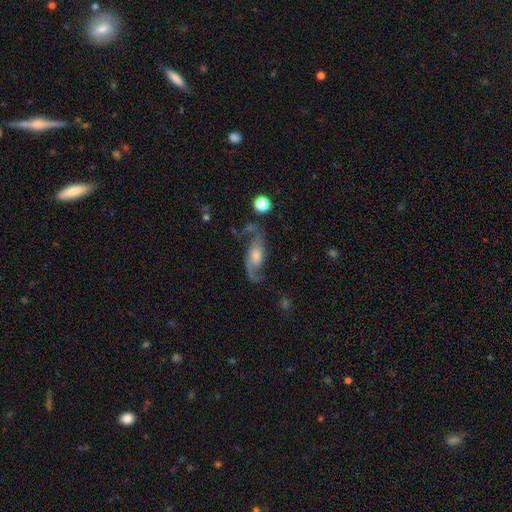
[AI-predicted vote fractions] The model was most divided on "bar": no: 53%, weak: 36%, strong: 11%. More confident: spiral arms — yes (96%); edge-on disk — no (92%); spiral arm count — 2 (92%); smooth or featured — featured or disk (84%); merging — none (68%); spiral winding — loose (60%); bulge size — moderate (54%).